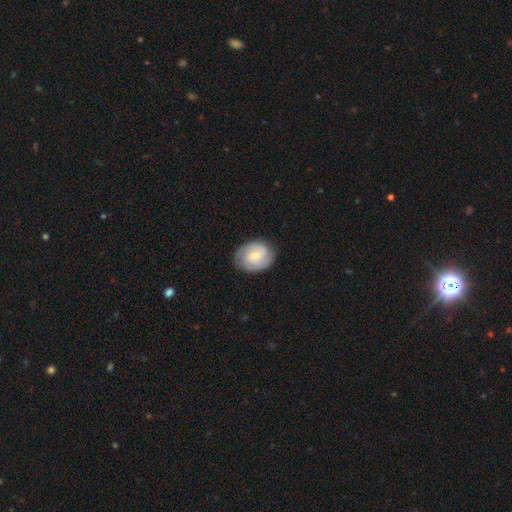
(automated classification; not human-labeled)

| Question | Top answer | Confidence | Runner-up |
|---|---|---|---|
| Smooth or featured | featured or disk | 59% | smooth (35%) |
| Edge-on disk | no | 97% | yes (3%) |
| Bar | weak | 54% | no (34%) |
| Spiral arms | yes | 88% | no (12%) |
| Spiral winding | medium | 42% | tight (41%) |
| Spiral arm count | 2 | 67% | can't tell (18%) |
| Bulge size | small | 56% | moderate (37%) |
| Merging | none | 79% | minor disturbance (16%) |